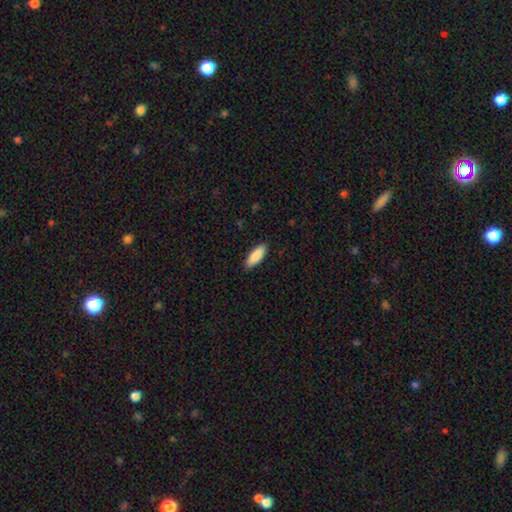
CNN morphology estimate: This appears to be a smooth galaxy with no disk features (89%) that is in between round and cigar-shaped (68%). Merging: none (89%).